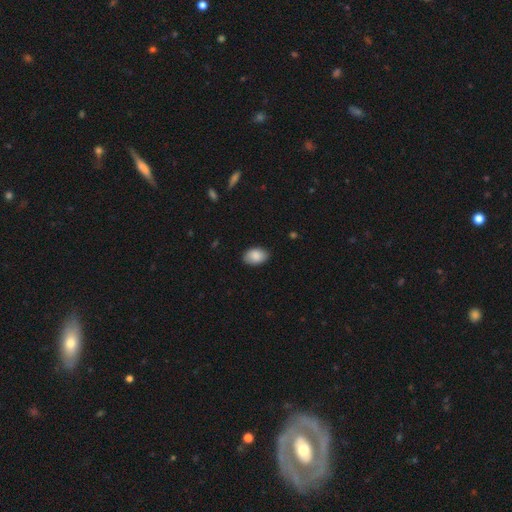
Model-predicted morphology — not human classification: The model was most divided on "merging": none: 84%, minor disturbance: 13%, major disturbance: 2%, merger: 1%. More confident: smooth or featured — smooth (88%); how rounded — in between (87%).